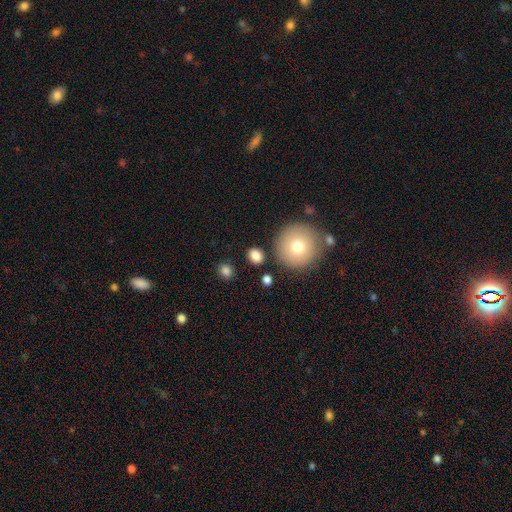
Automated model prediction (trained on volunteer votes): smooth_or_featured: smooth (p=0.81) [alt: star or artifact p=0.11]
how_rounded: round (p=0.63) [alt: in between p=0.35]
merging: none (p=0.82) [alt: minor disturbance p=0.09]